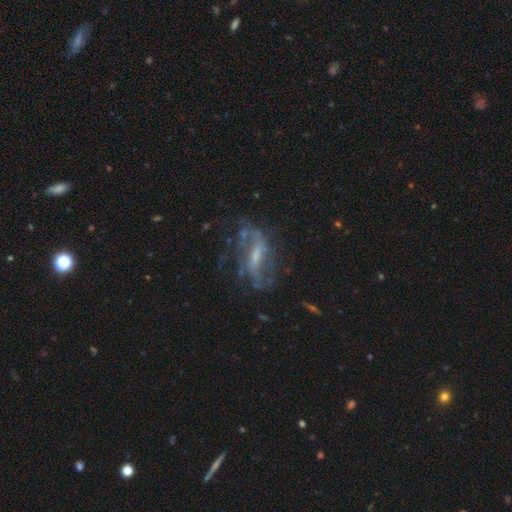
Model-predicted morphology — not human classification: Smooth or featured? Predicted: featured or disk (p=0.79). Edge-on disk? Predicted: no (p=0.89). Bar? Predicted: weak (p=0.43). Spiral arms? Predicted: yes (p=0.81). Spiral winding? Predicted: loose (p=0.49). Spiral arm count? Predicted: 2 (p=0.61). Bulge size? Predicted: small (p=0.42). Merging? Predicted: none (p=0.58).